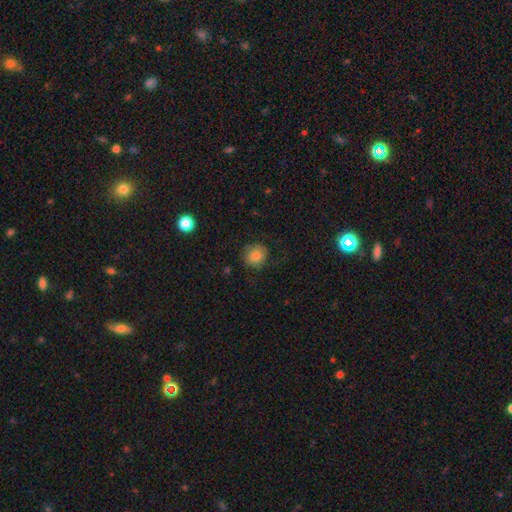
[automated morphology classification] The model was most divided on "merging": none: 76%, minor disturbance: 18%, major disturbance: 5%, merger: 1%. More confident: how rounded — round (86%); smooth or featured — smooth (82%).